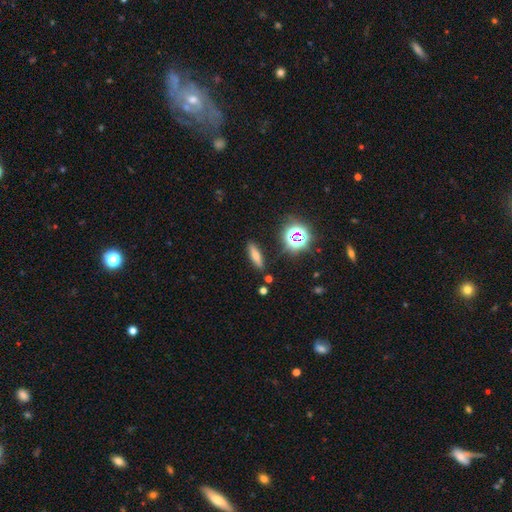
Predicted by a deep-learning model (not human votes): Smooth or featured?
  - smooth: 67% *
  - star or artifact: 18%
  - featured or disk: 15%
How rounded?
  - cigar-shaped: 60% *
  - in between: 35%
  - round: 5%
Merging?
  - none: 85% *
  - minor disturbance: 9%
  - major disturbance: 3%
  - merger: 3%